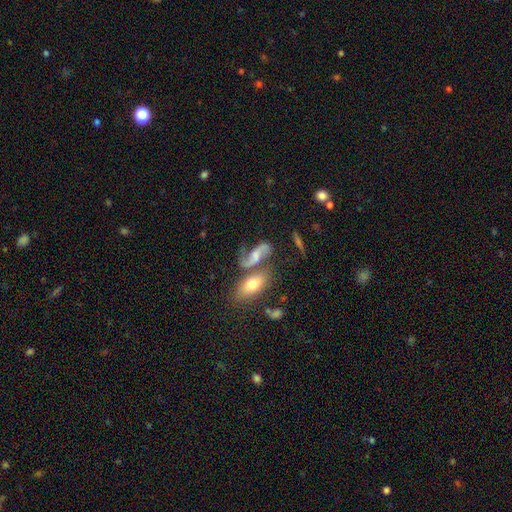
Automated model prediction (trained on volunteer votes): Q: Smooth or featured?
A: featured or disk (66%); runner-up: smooth (24%)
Q: Edge-on disk?
A: no (92%); runner-up: yes (8%)
Q: Bar?
A: no (49%); runner-up: weak (37%)
Q: Spiral arms?
A: yes (89%); runner-up: no (11%)
Q: Spiral winding?
A: loose (72%); runner-up: medium (22%)
Q: Spiral arm count?
A: 2 (88%); runner-up: 1 (6%)
Q: Bulge size?
A: moderate (37%); runner-up: small (30%)
Q: Merging?
A: none (38%); runner-up: merger (34%)